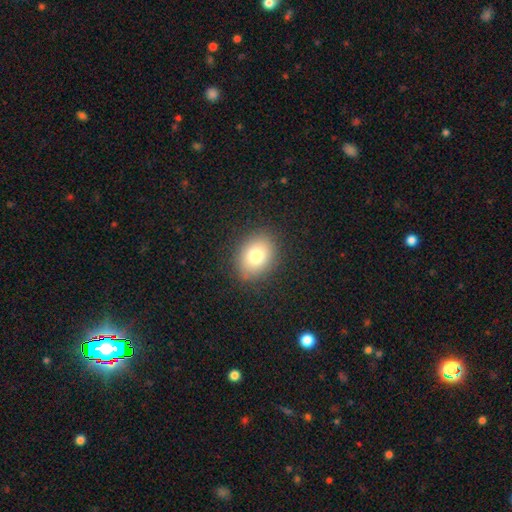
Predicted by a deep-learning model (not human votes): This is likely a smooth galaxy (78%). How rounded: possibly in between (58%). Merging: clearly none (87%).